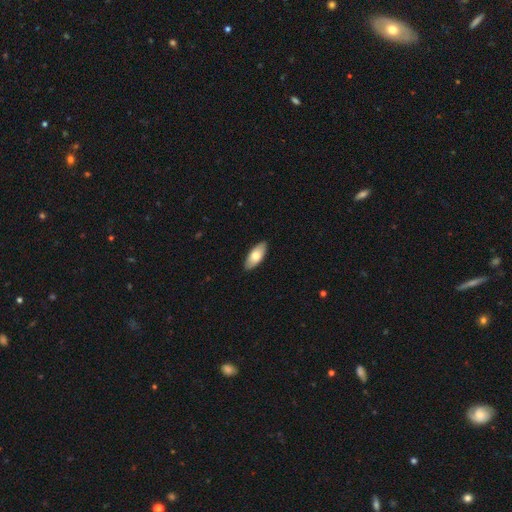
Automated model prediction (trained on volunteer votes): smooth_or_featured: smooth (p=0.73) [alt: featured or disk p=0.22]
how_rounded: in between (p=0.86) [alt: cigar-shaped p=0.12]
merging: none (p=0.89) [alt: minor disturbance p=0.09]